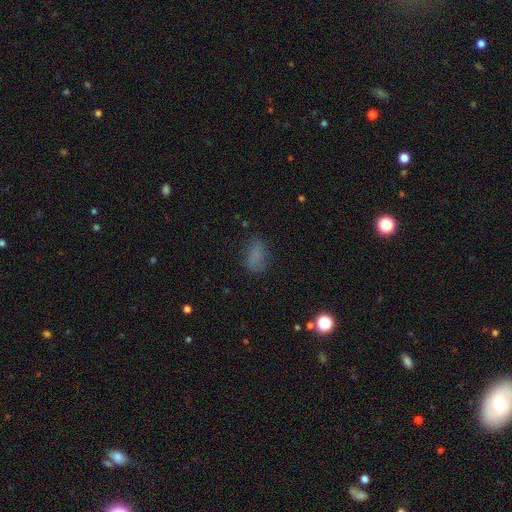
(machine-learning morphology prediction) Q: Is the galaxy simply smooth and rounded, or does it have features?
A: smooth — 75%.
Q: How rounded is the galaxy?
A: in between — 84%.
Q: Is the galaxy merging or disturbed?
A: none — 66%.